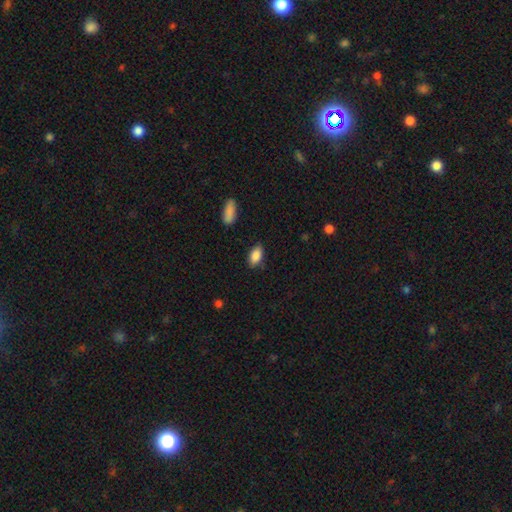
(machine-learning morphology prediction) smooth-or-featured: smooth: 88% | star or artifact: 7% | featured or disk: 5%
  how-rounded: in between: 92% | round: 5% | cigar-shaped: 4%
  merging: none: 84% | minor disturbance: 12% | major disturbance: 3% | merger: 1%